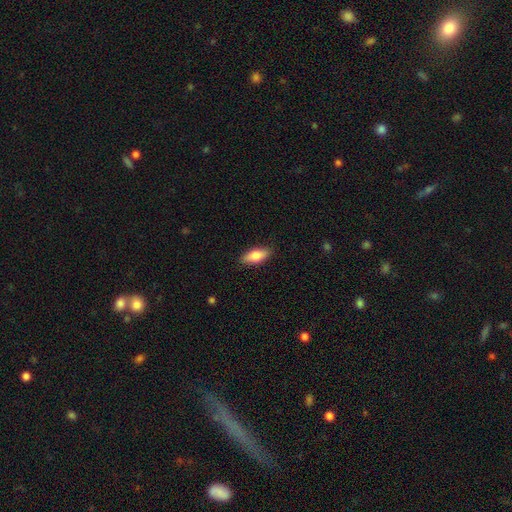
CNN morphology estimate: A smooth galaxy with no disk features (78%) that is in between round and cigar-shaped (78%).

Vote fractions:
- Smooth or featured? smooth: 78% / featured or disk: 16% / star or artifact: 6%
- How rounded? in between: 78% / cigar-shaped: 19% / round: 3%
- Merging? none: 88% / minor disturbance: 9% / major disturbance: 2% / merger: 1%